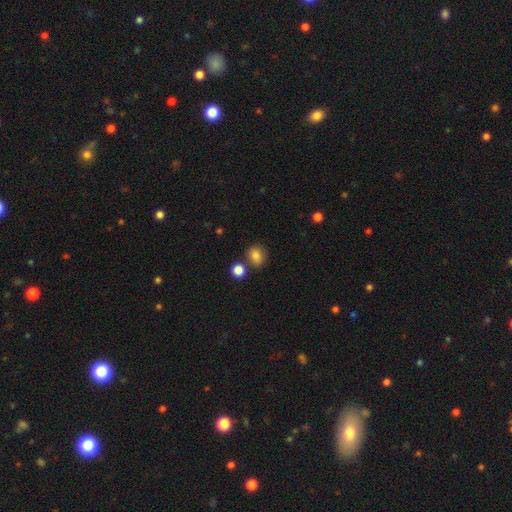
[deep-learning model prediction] The model was most divided on "how rounded": round: 68%, in between: 31%, cigar-shaped: 1%. More confident: smooth or featured — smooth (83%); merging — none (75%).